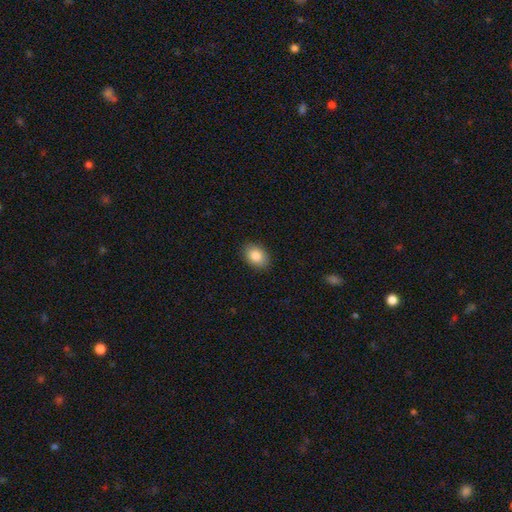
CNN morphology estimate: Q: Smooth or featured?
A: smooth (86%); runner-up: star or artifact (7%)
Q: How rounded?
A: in between (80%); runner-up: round (19%)
Q: Merging?
A: none (89%); runner-up: minor disturbance (8%)